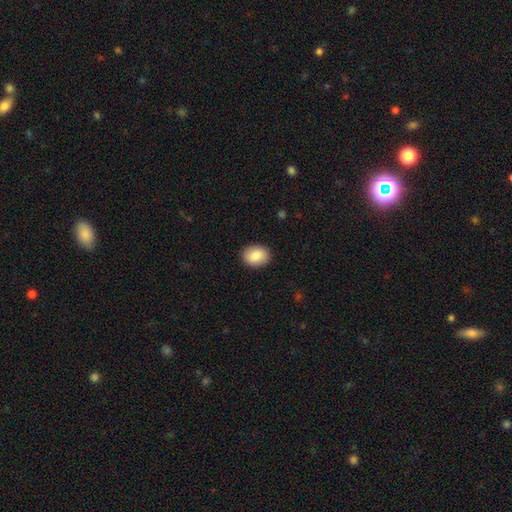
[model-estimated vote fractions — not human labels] Smooth or featured?
  - smooth: 86% *
  - featured or disk: 7%
  - star or artifact: 7%
How rounded?
  - in between: 60% *
  - round: 39%
  - cigar-shaped: 1%
Merging?
  - none: 90% *
  - minor disturbance: 7%
  - major disturbance: 2%
  - merger: 1%